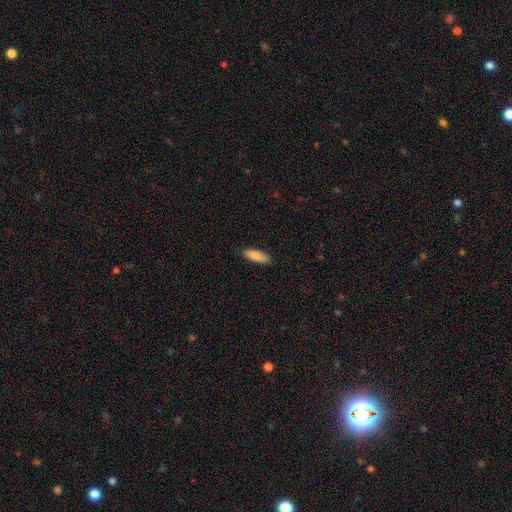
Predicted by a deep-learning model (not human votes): A smooth galaxy with no disk features (87%) that is in between round and cigar-shaped (59%).

Vote fractions:
- Smooth or featured? smooth: 87% / featured or disk: 7% / star or artifact: 6%
- How rounded? in between: 59% / cigar-shaped: 40% / round: 2%
- Merging? none: 87% / minor disturbance: 10% / major disturbance: 2% / merger: 1%